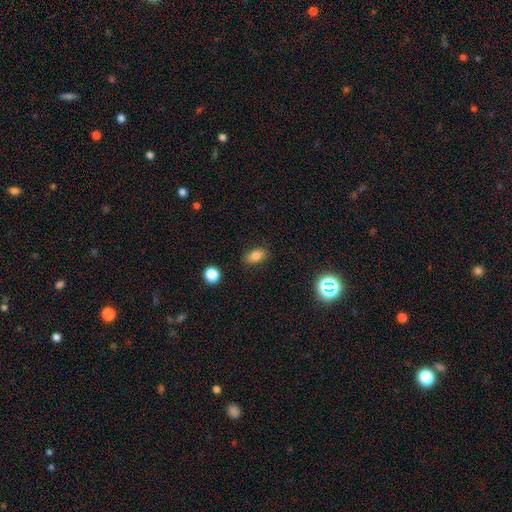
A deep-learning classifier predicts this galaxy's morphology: This is clearly a smooth galaxy (81%). How rounded: clearly in between (86%). Merging: clearly none (86%).